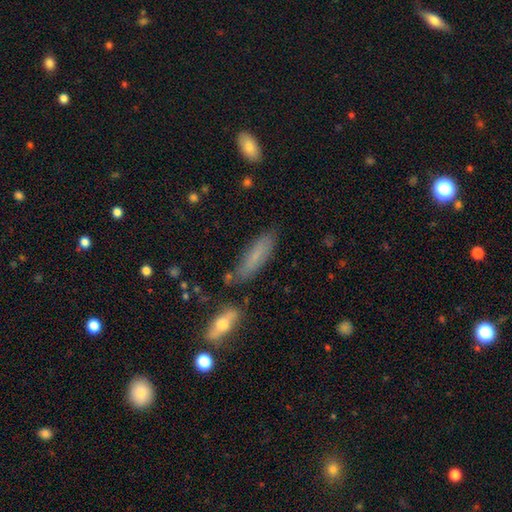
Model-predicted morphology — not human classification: smooth-or-featured: smooth: 71% | featured or disk: 20% | star or artifact: 10%
  how-rounded: cigar-shaped: 62% | in between: 36% | round: 2%
  merging: none: 73% | minor disturbance: 18% | merger: 5% | major disturbance: 5%